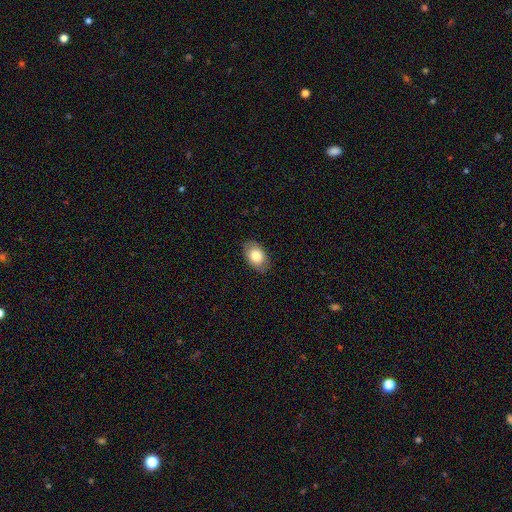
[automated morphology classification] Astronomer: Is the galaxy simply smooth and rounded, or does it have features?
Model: smooth — 78%.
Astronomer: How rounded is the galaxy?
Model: in between — 86%.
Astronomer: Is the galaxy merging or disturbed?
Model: none — 84%.